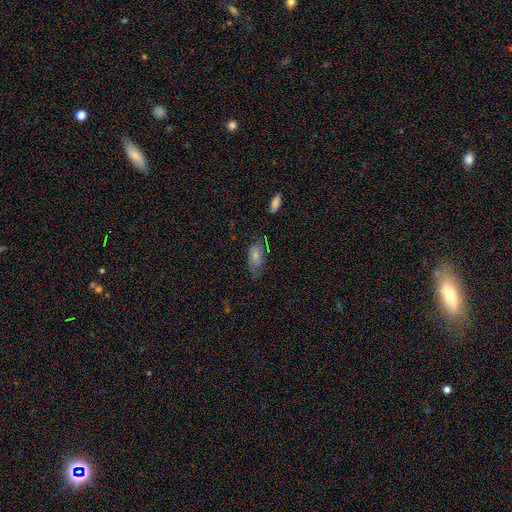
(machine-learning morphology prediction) A smooth galaxy with no disk features (59%) that is in between round and cigar-shaped (90%). Merging: none (58%).